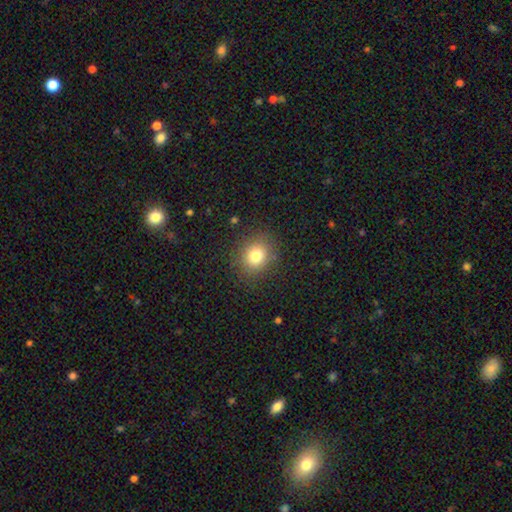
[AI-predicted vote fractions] Morphology: type=smooth (78%); roundness=round (74%); merging=none (87%).